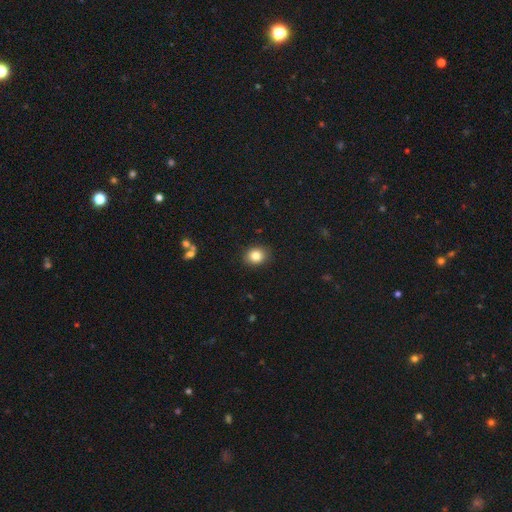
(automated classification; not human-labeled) Q: Smooth or featured?
A: smooth (83%); runner-up: star or artifact (10%)
Q: How rounded?
A: round (68%); runner-up: in between (31%)
Q: Merging?
A: none (90%); runner-up: minor disturbance (7%)